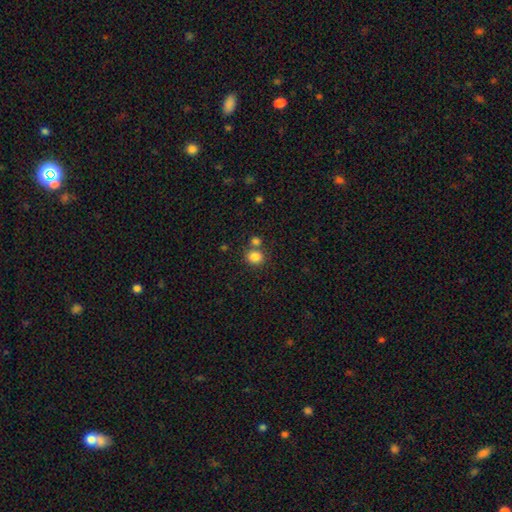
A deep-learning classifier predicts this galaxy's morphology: smooth 84%, star or artifact 11%, featured or disk 6%. Down the decision tree: how rounded — round (74%); merging — none (62%).